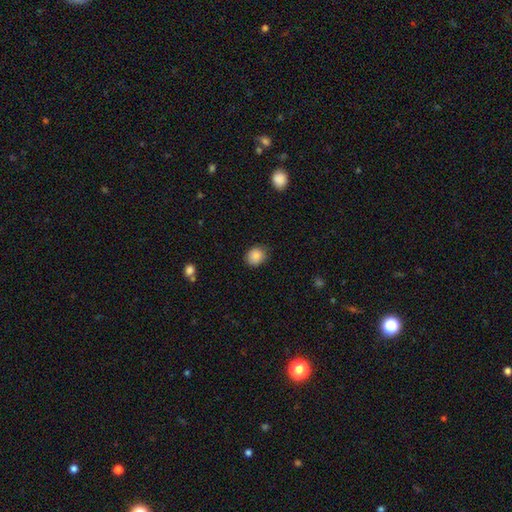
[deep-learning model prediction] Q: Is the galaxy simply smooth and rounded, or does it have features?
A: smooth — 85%.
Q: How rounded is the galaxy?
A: round — 68%.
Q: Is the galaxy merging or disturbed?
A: none — 80%.